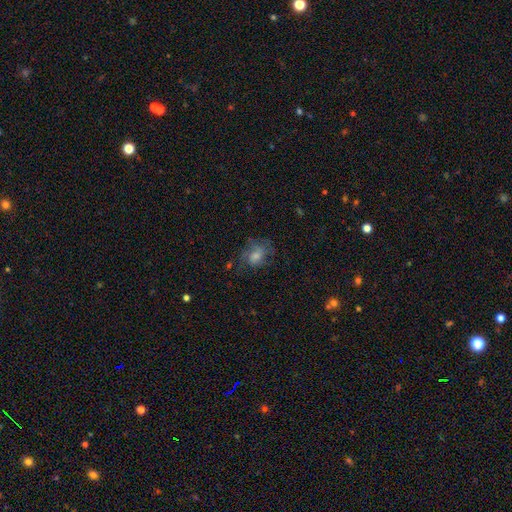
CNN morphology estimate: smooth_or_featured: featured or disk (p=0.44) [alt: smooth p=0.37]
merging: none (p=0.61) [alt: minor disturbance p=0.21]